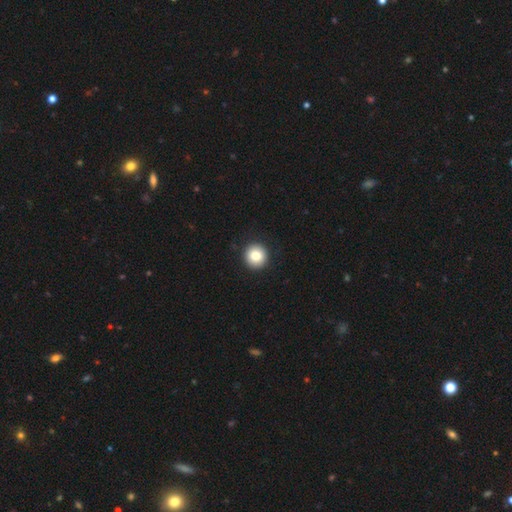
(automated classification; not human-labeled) smooth 84%, star or artifact 9%, featured or disk 7%. Down the decision tree: how rounded — round (94%); merging — none (93%).